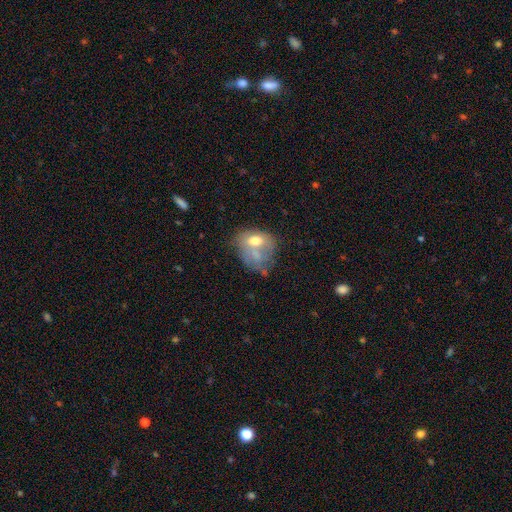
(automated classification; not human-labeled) smooth_or_featured: smooth (p=0.58) [alt: featured or disk p=0.34]
how_rounded: in between (p=0.62) [alt: round p=0.37]
merging: merger (p=0.39) [alt: none p=0.22]